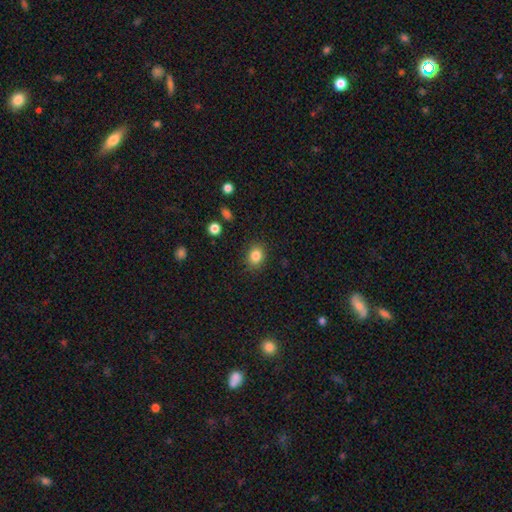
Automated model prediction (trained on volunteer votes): This is clearly a smooth galaxy (84%). How rounded: possibly round (56%). Merging: clearly none (86%).